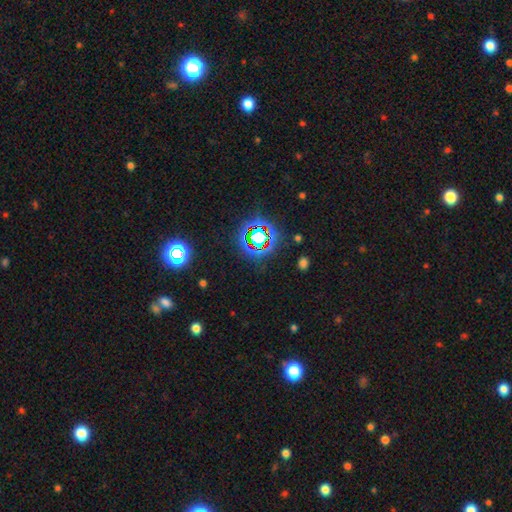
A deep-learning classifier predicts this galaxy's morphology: This is likely a star or artifact rather than a galaxy (75%).